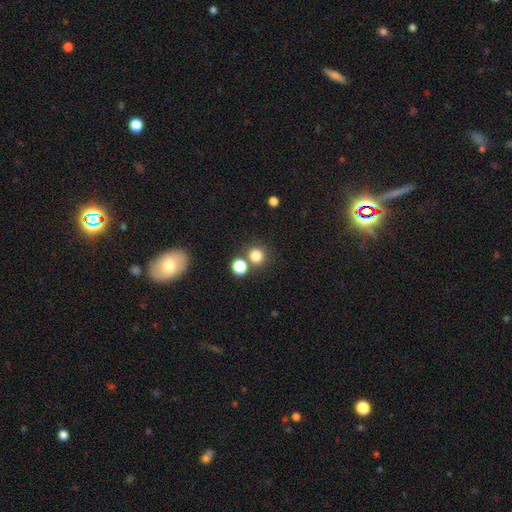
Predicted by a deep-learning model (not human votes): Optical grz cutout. It shows a smooth galaxy with no disk features (80%) that is round (90%). Merging: none (71%).